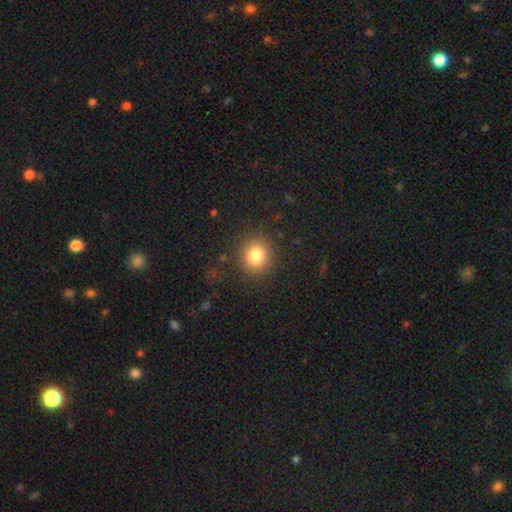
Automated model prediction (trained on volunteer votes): A smooth galaxy with no disk features (81%) that is round (85%).

Vote fractions:
- Smooth or featured? smooth: 81% / star or artifact: 12% / featured or disk: 7%
- How rounded? round: 85% / in between: 14% / cigar-shaped: 1%
- Merging? none: 87% / minor disturbance: 8% / major disturbance: 4% / merger: 1%